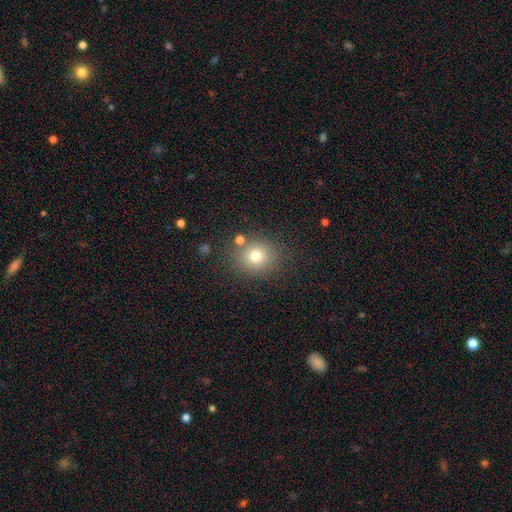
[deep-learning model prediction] smooth_or_featured: smooth (p=0.74) [alt: star or artifact p=0.16]
how_rounded: round (p=0.80) [alt: in between p=0.19]
merging: none (p=0.78) [alt: minor disturbance p=0.11]